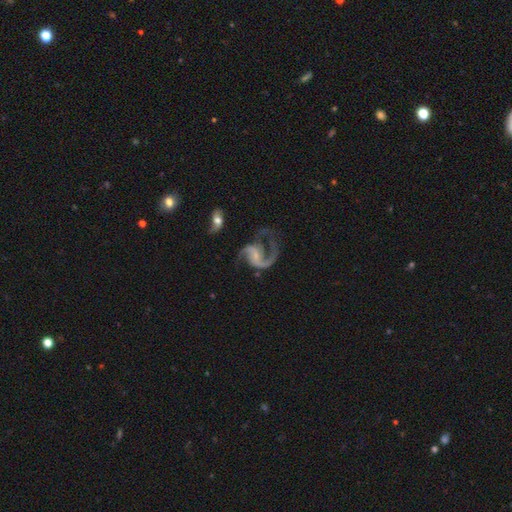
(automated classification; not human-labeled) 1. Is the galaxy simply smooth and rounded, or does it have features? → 90% featured or disk, 5% smooth, 5% star or artifact.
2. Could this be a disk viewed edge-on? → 98% no, 2% yes.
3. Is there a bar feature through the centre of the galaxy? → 43% weak, 37% no, 20% strong.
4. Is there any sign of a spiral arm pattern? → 96% yes, 4% no.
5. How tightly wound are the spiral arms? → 51% loose, 41% medium, 7% tight.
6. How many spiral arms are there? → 82% 2, 11% 1, 2% can't tell, 2% 3, 1% 4, 1% more than 4.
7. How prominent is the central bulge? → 54% small, 26% none, 16% moderate, 2% large, 1% dominant.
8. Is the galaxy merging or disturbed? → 49% none, 29% major disturbance, 17% minor disturbance, 5% merger.